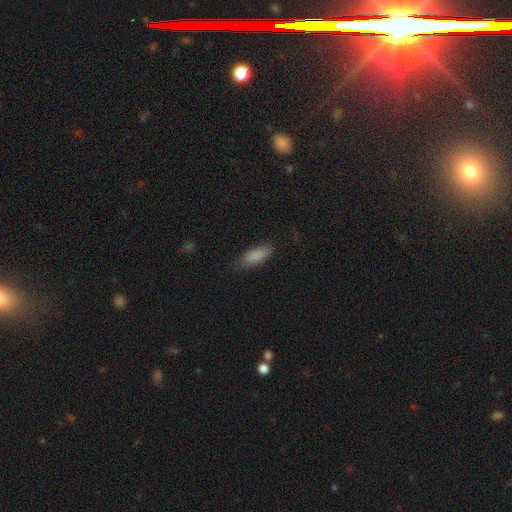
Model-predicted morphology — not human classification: This is clearly a smooth galaxy (88%). How rounded: likely in between (71%). Merging: clearly none (81%).